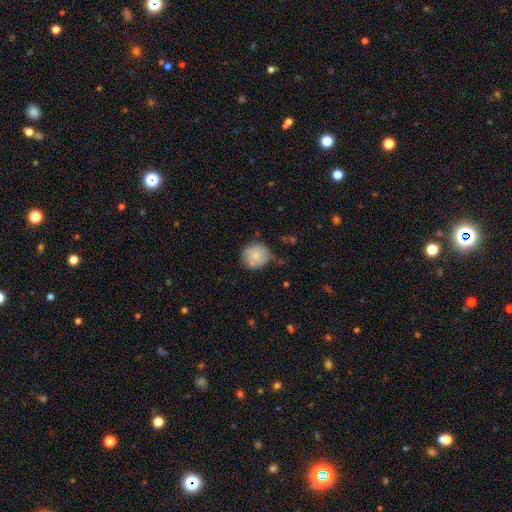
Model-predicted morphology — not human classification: Q: Smooth or featured?
A: smooth (79%); runner-up: featured or disk (14%)
Q: How rounded?
A: round (86%); runner-up: in between (13%)
Q: Merging?
A: none (69%); runner-up: minor disturbance (21%)